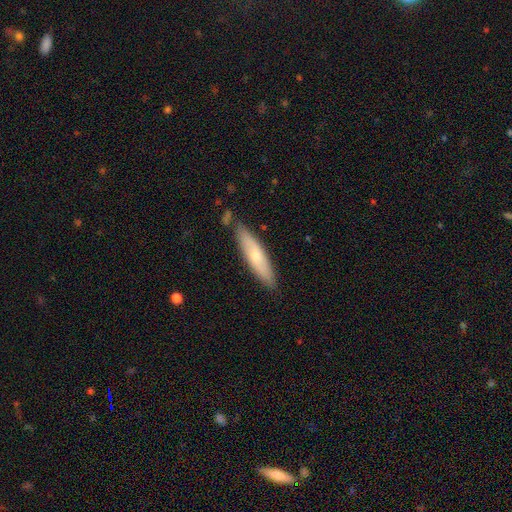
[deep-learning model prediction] Overall: smooth (62%; featured or disk 32%). How rounded: cigar-shaped (77%). Merging: none (80%).